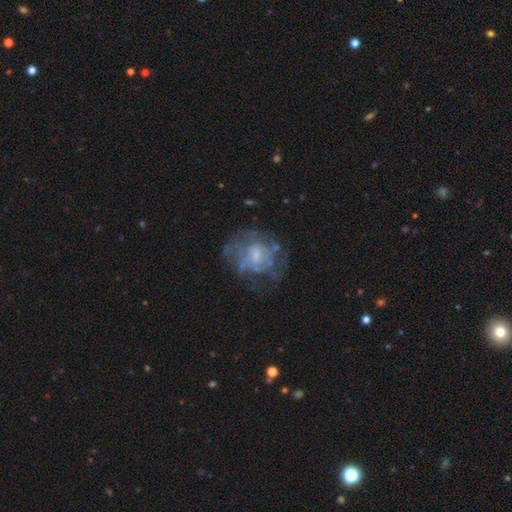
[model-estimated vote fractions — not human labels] A featured or disk galaxy (68%) with no bar (66%), no spiral arms (54%) and a small central bulge (36%).

Vote fractions:
- Smooth or featured? featured or disk: 68% / smooth: 22% / star or artifact: 10%
- Edge-on disk? no: 98% / yes: 2%
- Bar? no: 66% / weak: 30% / strong: 5%
- Spiral arms? no: 54% / yes: 46%
- Bulge size? small: 36% / moderate: 34% / none: 23% / large: 5% / dominant: 1%
- Merging? none: 54% / major disturbance: 23% / minor disturbance: 20% / merger: 3%